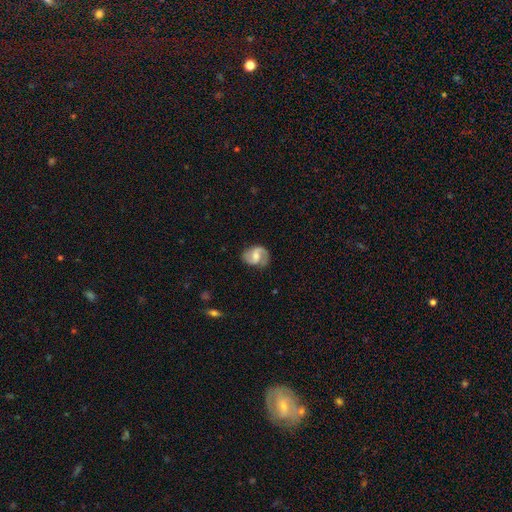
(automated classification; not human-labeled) A featured or disk galaxy (70%) with a weak bar (51%), 2 (83%) medium (48%) spiral arms (93%) and a moderate central bulge (50%).

Vote fractions:
- Smooth or featured? featured or disk: 70% / smooth: 23% / star or artifact: 6%
- Edge-on disk? no: 98% / yes: 2%
- Bar? weak: 51% / no: 31% / strong: 18%
- Spiral arms? yes: 93% / no: 7%
- Spiral winding? medium: 48% / loose: 32% / tight: 20%
- Spiral arm count? 2: 83% / 1: 9% / can't tell: 5% / 3: 1% / 4: 1% / more than 4: 1%
- Bulge size? moderate: 50% / small: 29% / large: 10% / none: 10% / dominant: 1%
- Merging? none: 72% / minor disturbance: 19% / major disturbance: 7% / merger: 1%